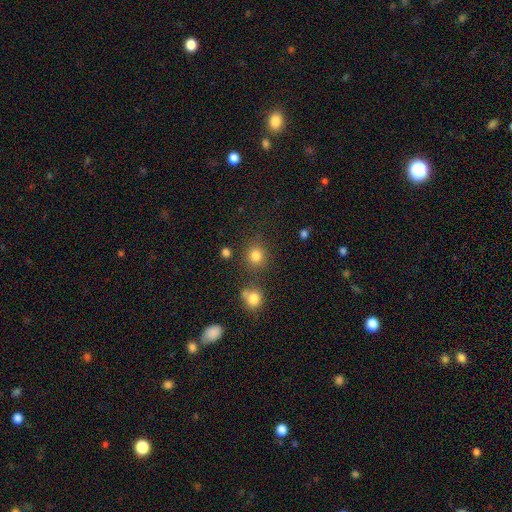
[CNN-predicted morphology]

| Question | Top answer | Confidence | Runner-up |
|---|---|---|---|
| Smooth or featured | smooth | 81% | star or artifact (14%) |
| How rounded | round | 86% | in between (13%) |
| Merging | none | 76% | minor disturbance (10%) |